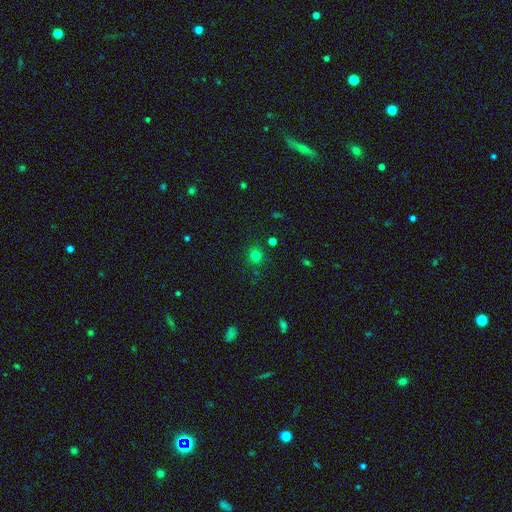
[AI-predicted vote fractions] This is likely a smooth galaxy (76%). How rounded: clearly round (89%). Merging: clearly none (82%).